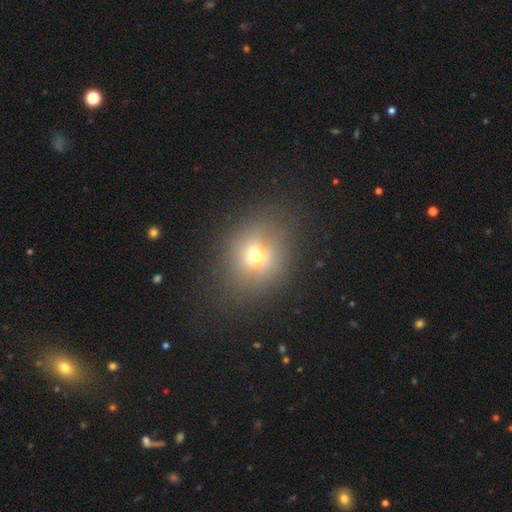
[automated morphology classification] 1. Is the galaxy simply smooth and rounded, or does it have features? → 61% smooth, 20% featured or disk, 18% star or artifact.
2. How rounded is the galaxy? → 67% round, 32% in between, 2% cigar-shaped.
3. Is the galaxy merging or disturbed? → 80% none, 12% minor disturbance, 6% major disturbance, 2% merger.